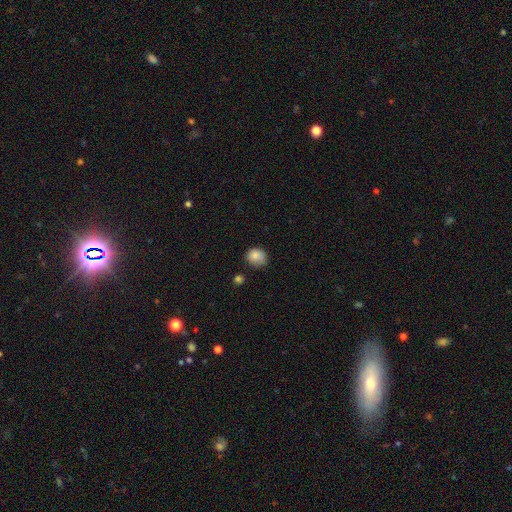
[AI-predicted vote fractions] Smooth or featured? smooth (85%)
How rounded? round (71%)
Merging? none (65%)